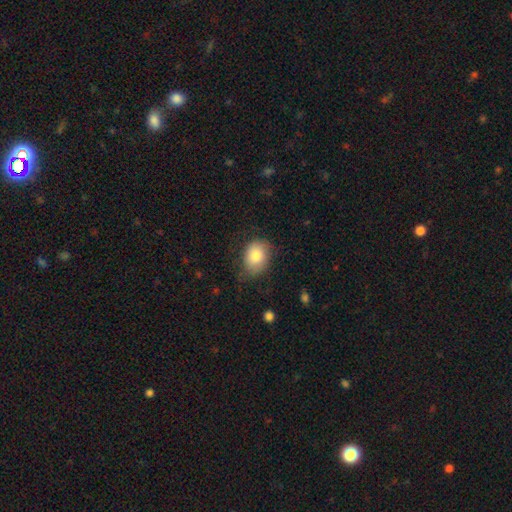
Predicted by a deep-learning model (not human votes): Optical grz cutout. It shows a smooth galaxy with no disk features (81%) that is in between round and cigar-shaped (62%). Merging: none (65%).